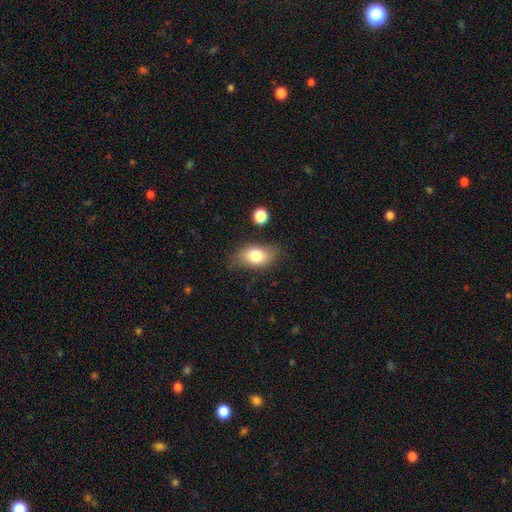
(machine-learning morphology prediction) A smooth galaxy with no disk features (77%) that is in between round and cigar-shaped (87%). Merging: none (74%).